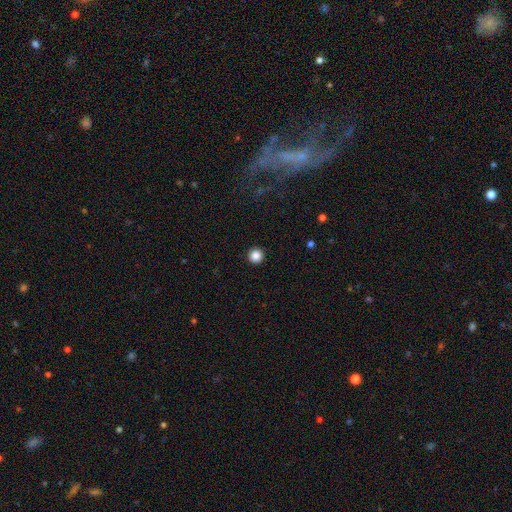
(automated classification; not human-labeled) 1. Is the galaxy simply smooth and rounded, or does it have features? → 86% smooth, 11% star or artifact, 3% featured or disk.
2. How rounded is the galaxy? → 97% round, 2% in between, 1% cigar-shaped.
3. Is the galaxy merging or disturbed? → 94% none, 4% minor disturbance, 1% major disturbance, 1% merger.